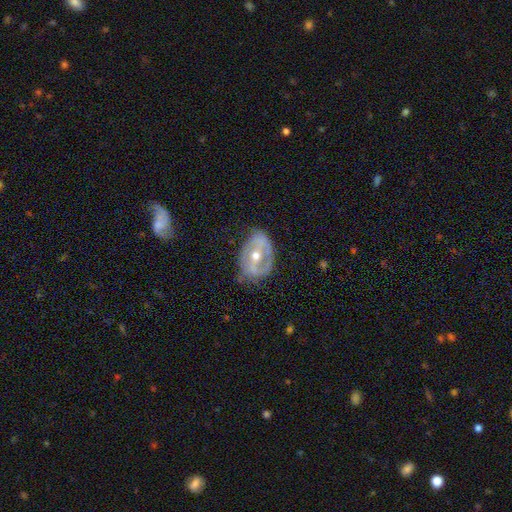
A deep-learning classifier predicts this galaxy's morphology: Smooth or featured?
  - featured or disk: 73% *
  - smooth: 21%
  - star or artifact: 6%
Edge-on disk?
  - no: 93% *
  - yes: 7%
Bar?
  - strong: 42% *
  - weak: 33%
  - no: 25%
Spiral arms?
  - yes: 53% *
  - no: 47%
Bulge size?
  - moderate: 70% *
  - small: 26%
  - large: 3%
  - none: 1%
  - dominant: 1%
Merging?
  - none: 63% *
  - minor disturbance: 25%
  - major disturbance: 10%
  - merger: 2%